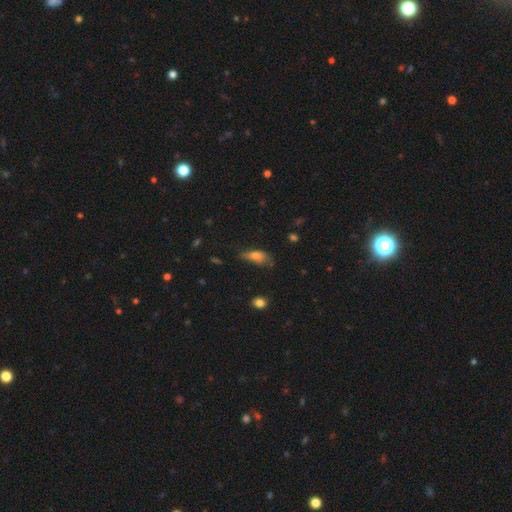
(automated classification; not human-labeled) A smooth galaxy with no disk features (67%) that is in between round and cigar-shaped (71%).

Vote fractions:
- Smooth or featured? smooth: 67% / featured or disk: 23% / star or artifact: 10%
- How rounded? in between: 71% / cigar-shaped: 25% / round: 4%
- Merging? none: 42% / minor disturbance: 36% / major disturbance: 18% / merger: 4%